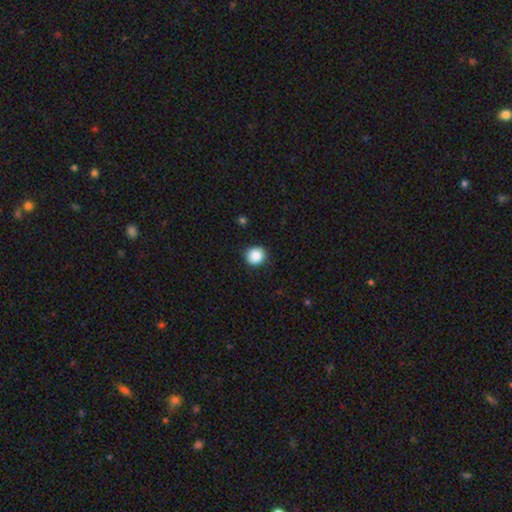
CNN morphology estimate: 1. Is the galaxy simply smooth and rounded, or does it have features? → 86% smooth, 9% star or artifact, 5% featured or disk.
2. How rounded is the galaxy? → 91% round, 8% in between, 1% cigar-shaped.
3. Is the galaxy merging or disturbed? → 88% none, 9% minor disturbance, 2% major disturbance, 1% merger.